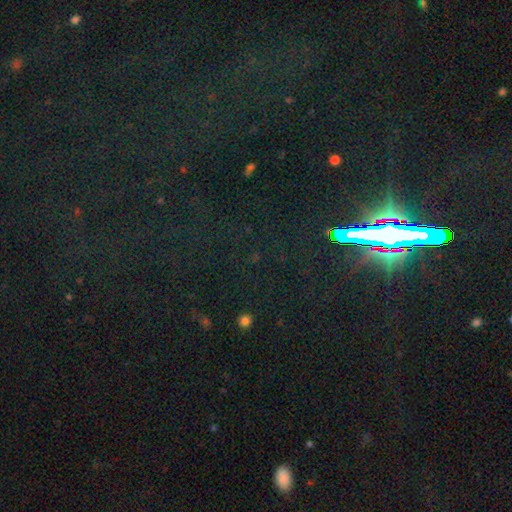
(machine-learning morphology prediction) This appears to be a star or artifact, not a galaxy (77%).